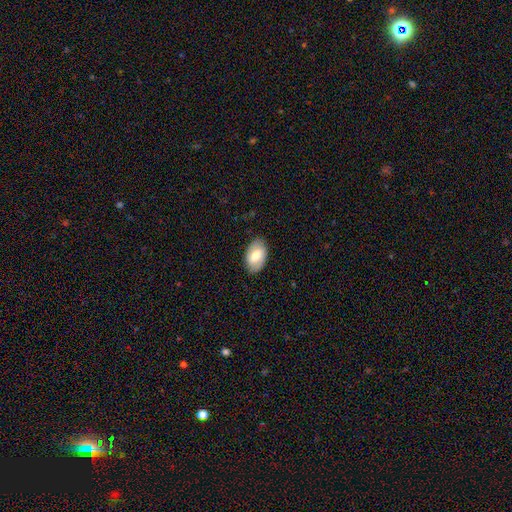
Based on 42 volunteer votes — This appears to be a smooth galaxy with no disk features (55%) that is in between round and cigar-shaped (91%). Merging: none (95%).